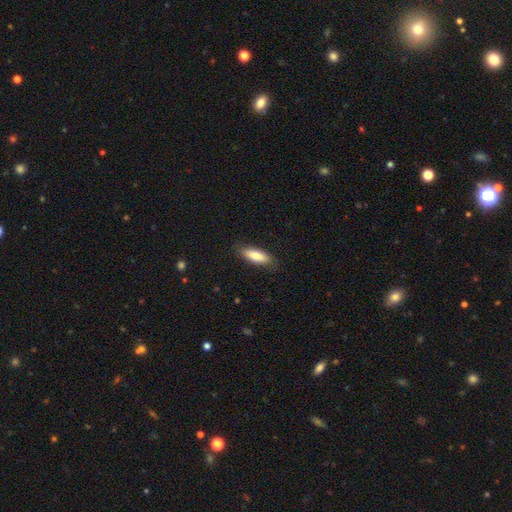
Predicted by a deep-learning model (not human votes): Smooth or featured?
  - smooth: 79% *
  - featured or disk: 15%
  - star or artifact: 6%
How rounded?
  - in between: 65% *
  - cigar-shaped: 33%
  - round: 2%
Merging?
  - none: 84% *
  - minor disturbance: 12%
  - major disturbance: 3%
  - merger: 1%